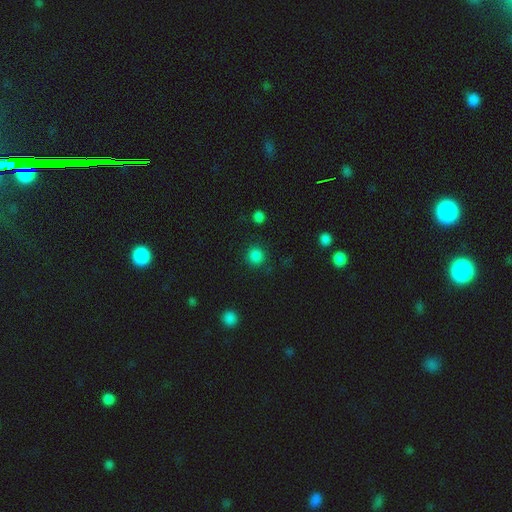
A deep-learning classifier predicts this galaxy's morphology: Smooth or featured?
  - smooth: 83% *
  - star or artifact: 14%
  - featured or disk: 3%
How rounded?
  - round: 92% *
  - in between: 7%
  - cigar-shaped: 1%
Merging?
  - none: 87% *
  - minor disturbance: 8%
  - major disturbance: 3%
  - merger: 2%